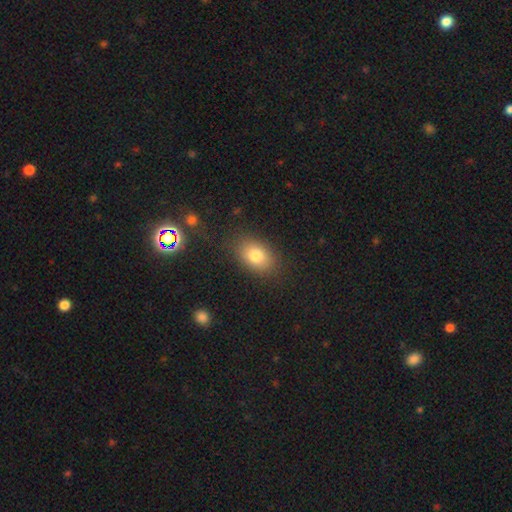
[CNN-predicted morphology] A smooth galaxy with no disk features (80%) that is in between round and cigar-shaped (80%).

Vote fractions:
- Smooth or featured? smooth: 80% / featured or disk: 10% / star or artifact: 10%
- How rounded? in between: 80% / round: 18% / cigar-shaped: 1%
- Merging? none: 83% / minor disturbance: 11% / major disturbance: 4% / merger: 2%